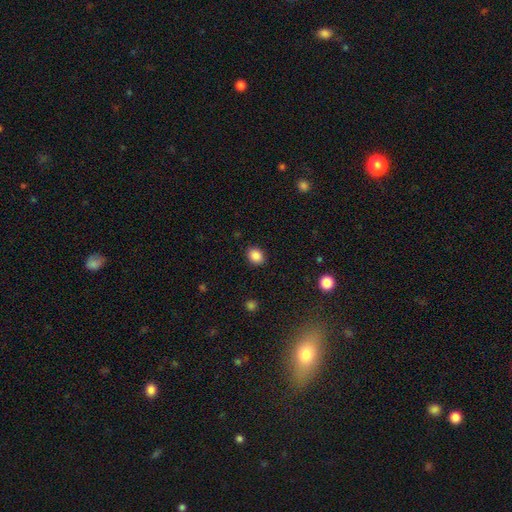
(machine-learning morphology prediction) The model was most divided on "how rounded": round: 53%, in between: 46%, cigar-shaped: 1%. More confident: merging — none (89%); smooth or featured — smooth (88%).